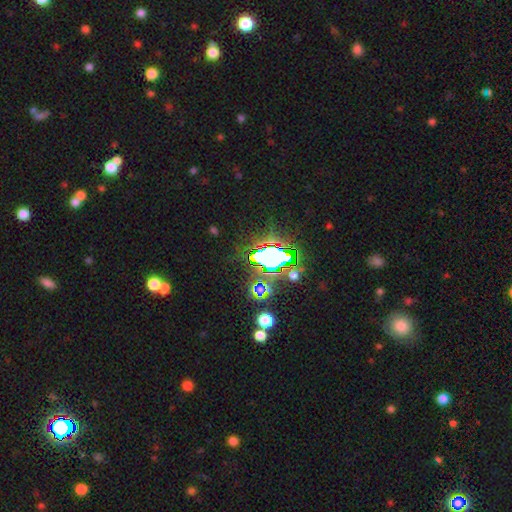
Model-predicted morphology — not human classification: smooth_or_featured: star or artifact (p=0.81) [alt: smooth p=0.11]